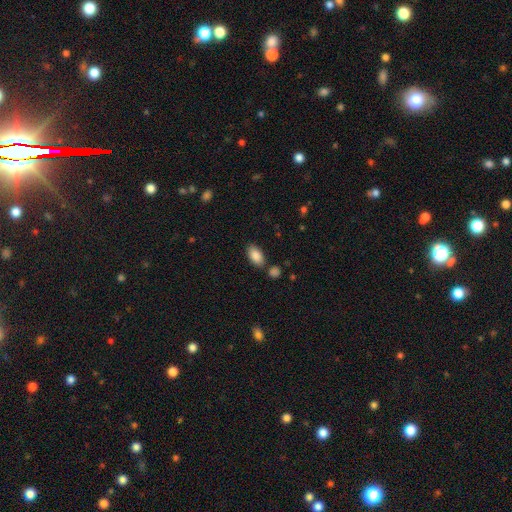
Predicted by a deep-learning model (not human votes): Smooth or featured? smooth (87%)
How rounded? in between (93%)
Merging? none (78%)